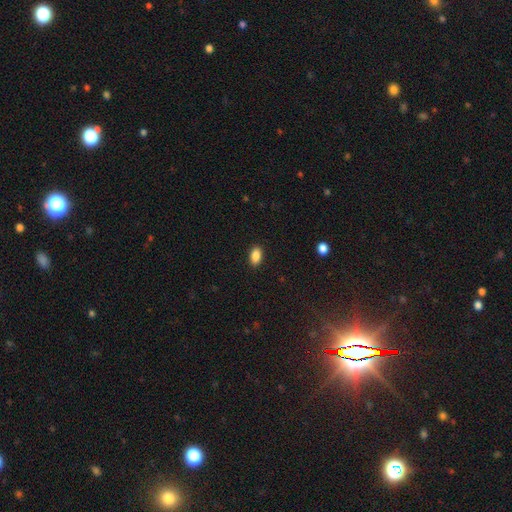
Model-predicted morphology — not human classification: smooth 88%, star or artifact 8%, featured or disk 4%. Down the decision tree: how rounded — in between (91%); merging — none (89%).